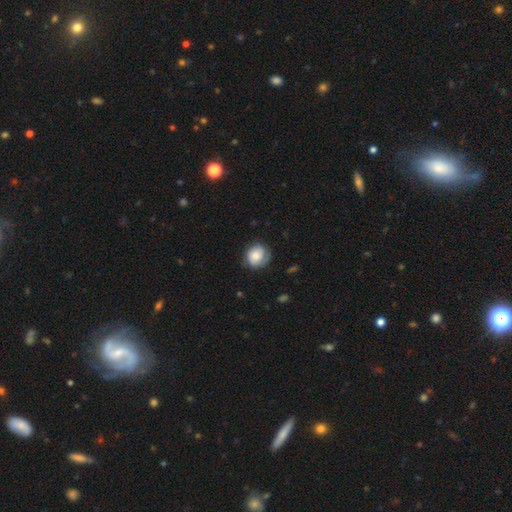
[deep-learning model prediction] A smooth galaxy with no disk features (64%) that is round (75%). Merging: none (69%).